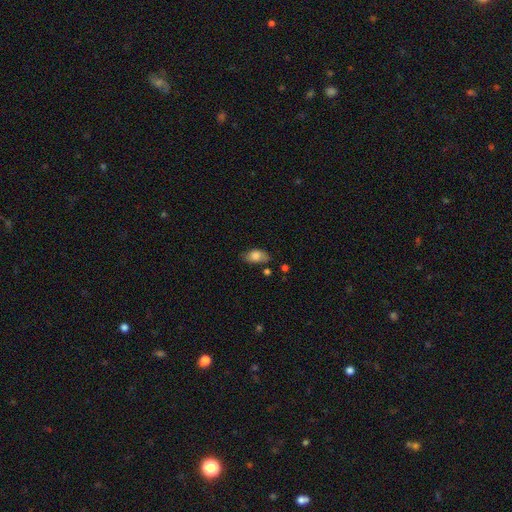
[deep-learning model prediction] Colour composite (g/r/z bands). It shows a smooth galaxy with no disk features (78%) that is in between round and cigar-shaped (90%). Merging: none (67%).